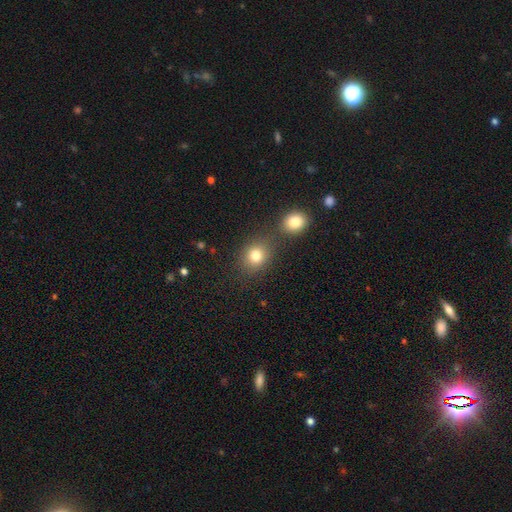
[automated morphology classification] A smooth galaxy with no disk features (79%) that is round (70%). Merging: none (69%).